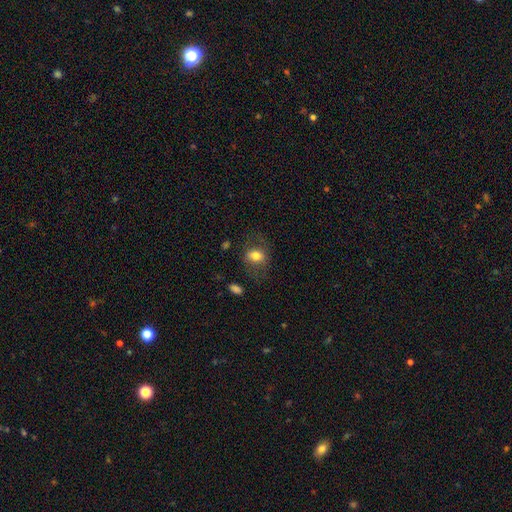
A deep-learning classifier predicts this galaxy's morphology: Smooth or featured?
  - smooth: 73% *
  - featured or disk: 18%
  - star or artifact: 9%
How rounded?
  - in between: 61% *
  - round: 37%
  - cigar-shaped: 2%
Merging?
  - none: 65% *
  - minor disturbance: 19%
  - major disturbance: 13%
  - merger: 2%